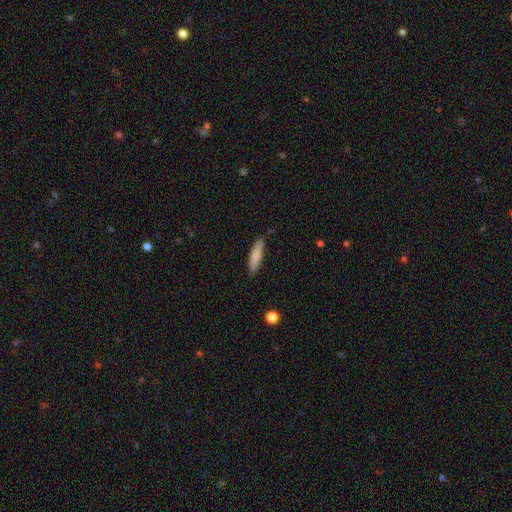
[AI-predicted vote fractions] The model was most divided on "how rounded": cigar-shaped: 77%, in between: 21%, round: 1%. More confident: merging — none (84%); smooth or featured — smooth (82%).